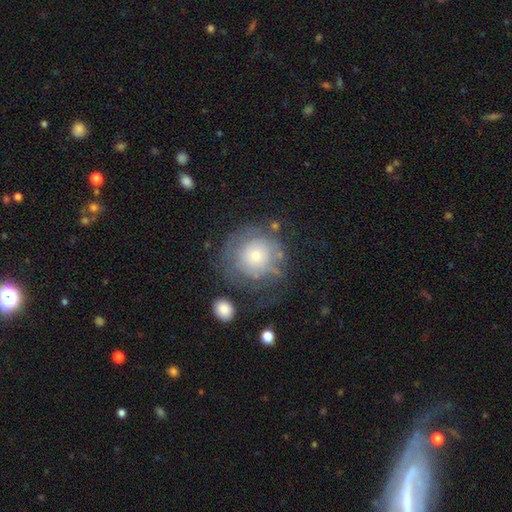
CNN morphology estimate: The model was most divided on "smooth or featured": featured or disk: 50%, smooth: 41%, star or artifact: 9%. More confident: merging — none (58%).